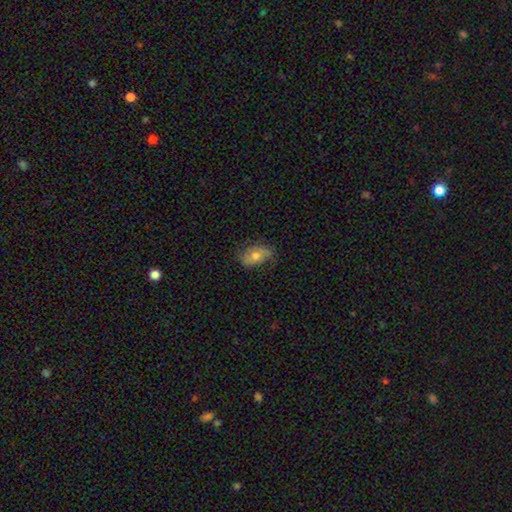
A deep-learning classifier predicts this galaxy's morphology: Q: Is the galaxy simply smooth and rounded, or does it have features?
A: smooth — 57%.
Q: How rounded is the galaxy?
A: in between — 85%.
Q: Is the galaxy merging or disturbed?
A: none — 67%.